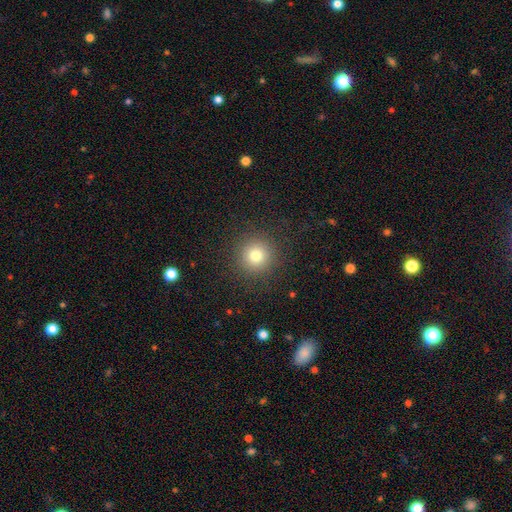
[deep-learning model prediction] Q: Smooth or featured?
A: smooth (78%); runner-up: star or artifact (14%)
Q: How rounded?
A: round (95%); runner-up: in between (4%)
Q: Merging?
A: none (90%); runner-up: minor disturbance (6%)